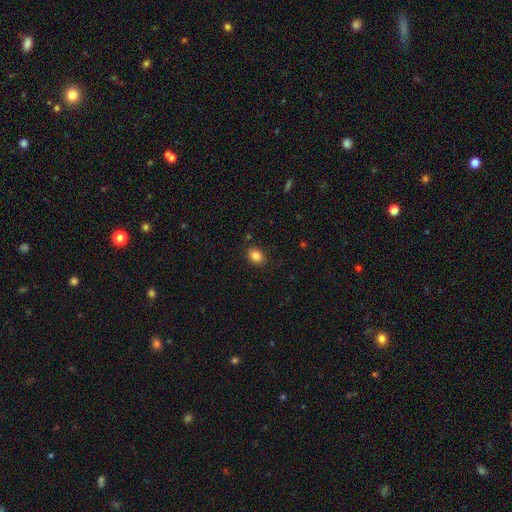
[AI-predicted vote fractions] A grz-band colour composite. It shows a smooth galaxy with no disk features (84%) that is in between round and cigar-shaped (64%). Merging: none (86%).